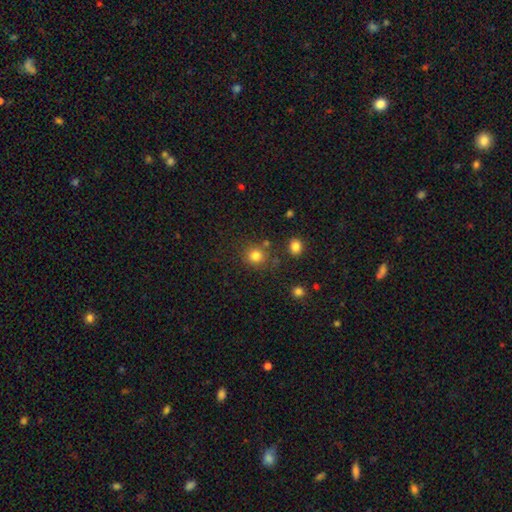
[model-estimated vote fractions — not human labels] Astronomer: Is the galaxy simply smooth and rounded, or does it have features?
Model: smooth — 81%.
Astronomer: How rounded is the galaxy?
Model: round — 86%.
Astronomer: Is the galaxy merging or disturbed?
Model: none — 76%.